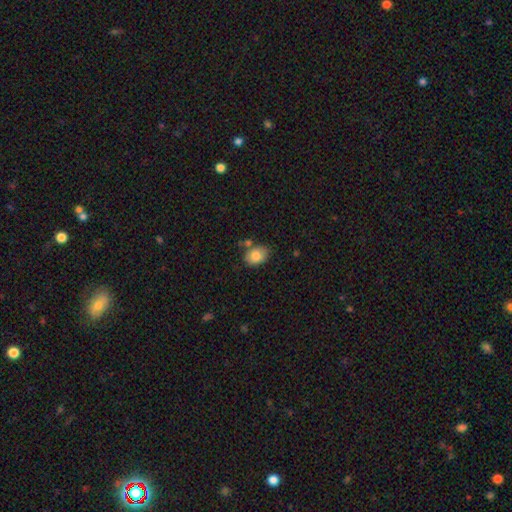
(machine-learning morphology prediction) smooth 83%, featured or disk 9%, star or artifact 7%. Down the decision tree: how rounded — in between (77%); merging — none (65%).